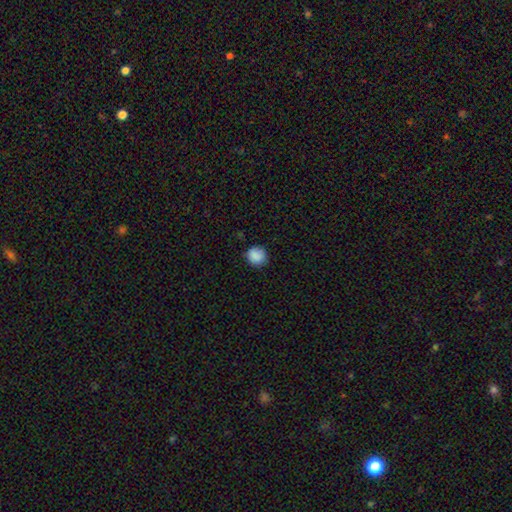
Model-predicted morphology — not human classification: smooth-or-featured: smooth: 88% | star or artifact: 9% | featured or disk: 3%
  how-rounded: round: 88% | in between: 11% | cigar-shaped: 1%
  merging: none: 83% | minor disturbance: 14% | major disturbance: 3% | merger: 1%